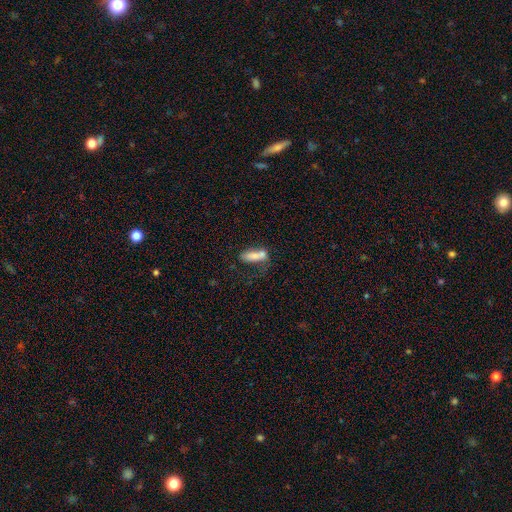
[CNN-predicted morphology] Smooth or featured? Predicted: smooth (p=0.73). How rounded? Predicted: in between (p=0.61). Merging? Predicted: merger (p=0.39).